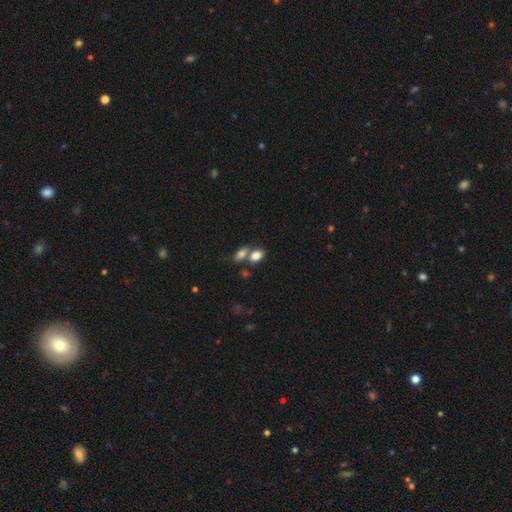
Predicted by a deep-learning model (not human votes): Smooth or featured? Predicted: smooth (p=0.81). How rounded? Predicted: in between (p=0.82). Merging? Predicted: merger (p=0.45).